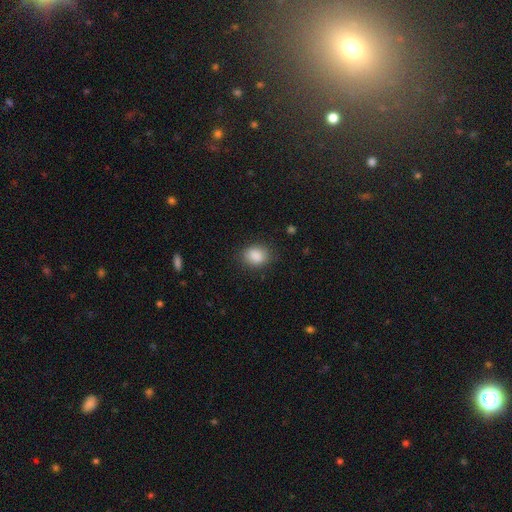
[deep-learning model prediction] Smooth or featured: smooth — 88% (star or artifact — 8%)
How rounded: in between — 56% (round — 42%)
Merging: none — 82% (minor disturbance — 13%)